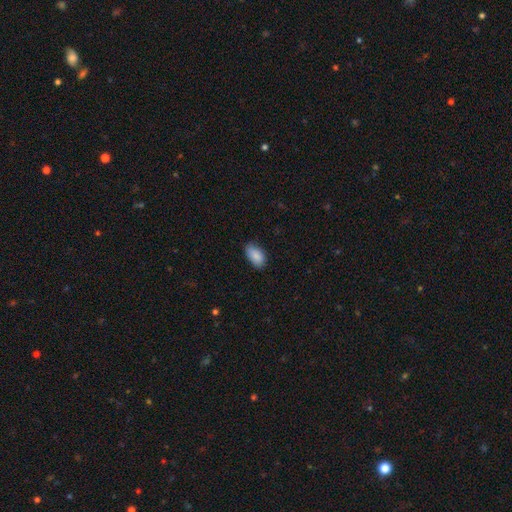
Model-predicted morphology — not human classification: This is clearly a smooth galaxy (87%). How rounded: clearly in between (93%). Merging: likely none (72%).